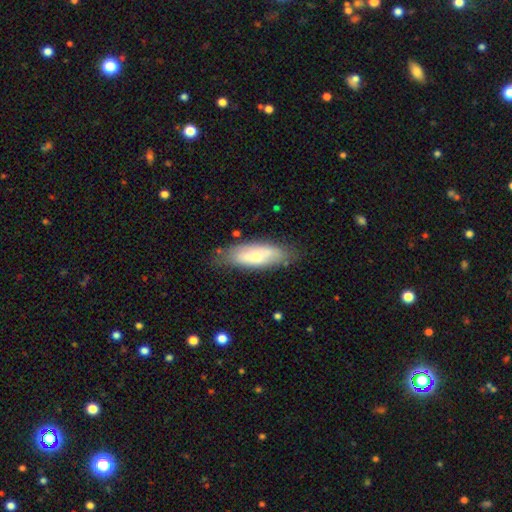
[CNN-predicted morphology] type=smooth (60%); roundness=in between (66%); merging=none (72%).